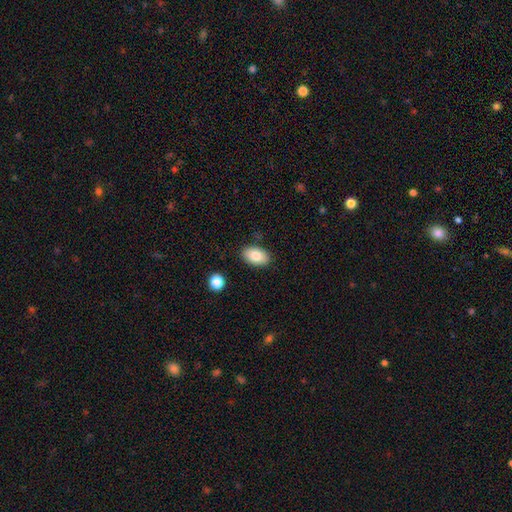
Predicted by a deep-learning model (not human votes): smooth 87%, featured or disk 7%, star or artifact 7%. Down the decision tree: how rounded — in between (93%); merging — none (86%).